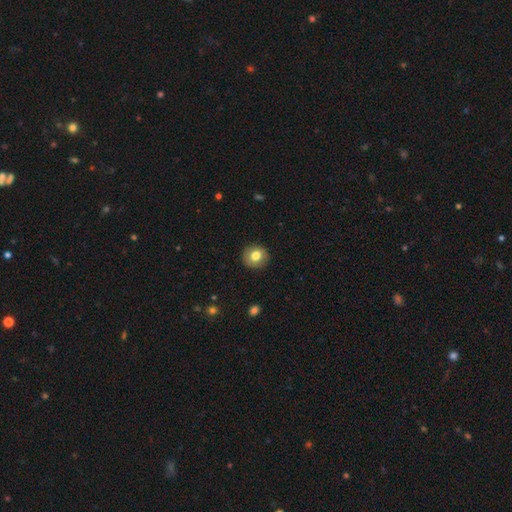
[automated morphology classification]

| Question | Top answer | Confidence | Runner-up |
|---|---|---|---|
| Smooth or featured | smooth | 79% | featured or disk (13%) |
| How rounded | round | 89% | in between (10%) |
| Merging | none | 90% | minor disturbance (7%) |